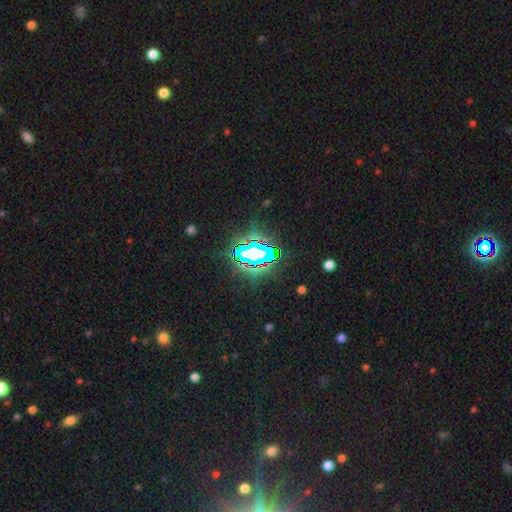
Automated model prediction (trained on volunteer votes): star or artifact 82%, smooth 11%, featured or disk 7%.